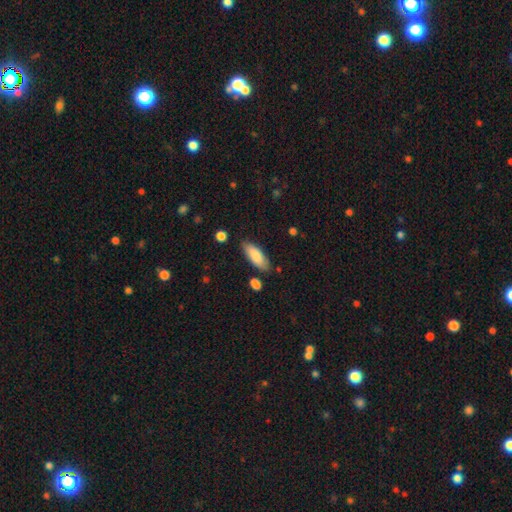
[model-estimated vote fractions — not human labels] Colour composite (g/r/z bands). It shows a smooth galaxy with no disk features (83%) that is in between round and cigar-shaped (71%). Merging: none (80%).